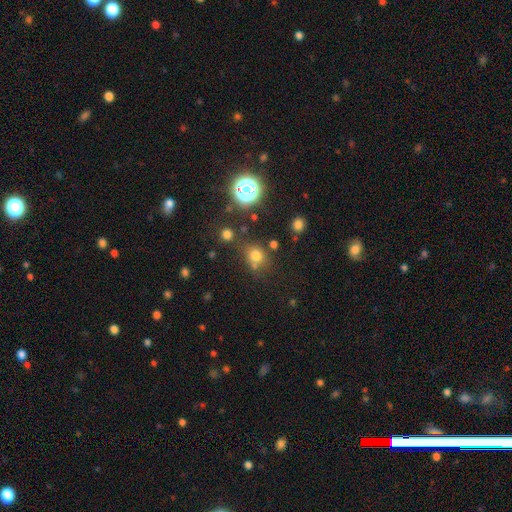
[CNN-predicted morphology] smooth-or-featured: smooth: 69% | star or artifact: 22% | featured or disk: 9%
  how-rounded: round: 72% | in between: 27% | cigar-shaped: 1%
  merging: none: 64% | minor disturbance: 16% | merger: 14% | major disturbance: 7%